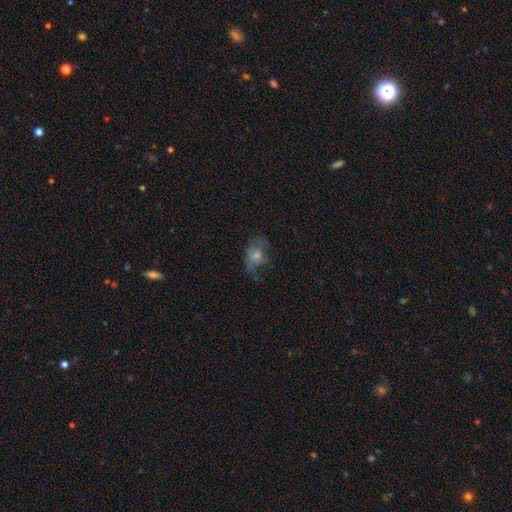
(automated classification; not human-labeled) Smooth or featured: smooth — 54% (featured or disk — 34%)
How rounded: in between — 73% (round — 26%)
Merging: none — 38% (major disturbance — 32%)